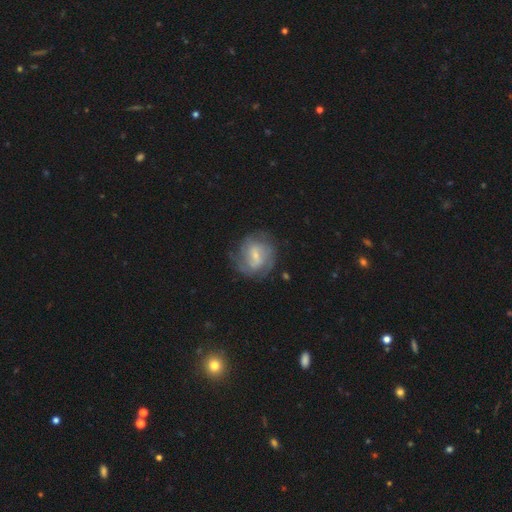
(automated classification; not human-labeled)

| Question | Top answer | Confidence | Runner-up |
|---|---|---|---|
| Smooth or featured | featured or disk | 73% | smooth (21%) |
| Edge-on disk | no | 97% | yes (3%) |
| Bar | weak | 55% | no (26%) |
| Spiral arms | yes | 88% | no (12%) |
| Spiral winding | tight | 47% | medium (38%) |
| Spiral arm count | can't tell | 35% | 2 (34%) |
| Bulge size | small | 62% | moderate (27%) |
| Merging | none | 68% | minor disturbance (18%) |